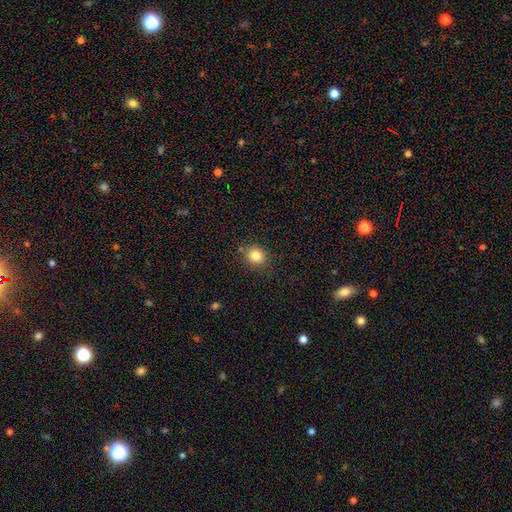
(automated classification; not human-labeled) smooth 82%, star or artifact 11%, featured or disk 6%. Down the decision tree: how rounded — round (74%); merging — none (81%).